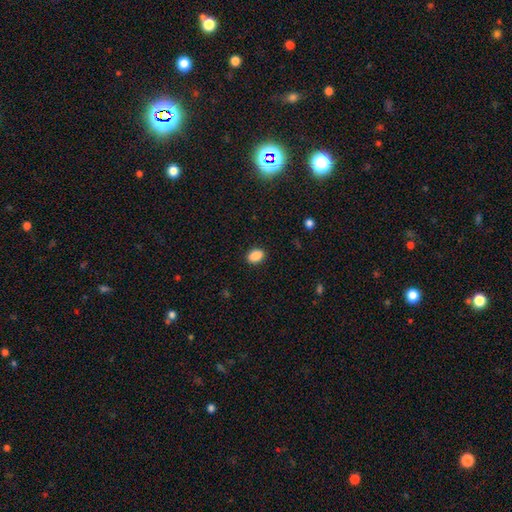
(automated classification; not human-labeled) smooth_or_featured: smooth (p=0.89) [alt: star or artifact p=0.09]
how_rounded: in between (p=0.78) [alt: round p=0.21]
merging: none (p=0.90) [alt: minor disturbance p=0.07]